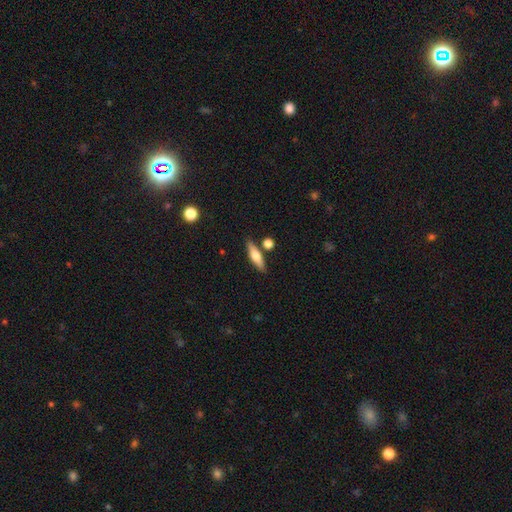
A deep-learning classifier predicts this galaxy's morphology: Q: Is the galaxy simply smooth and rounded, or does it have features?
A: smooth — 52%.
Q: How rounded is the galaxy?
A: cigar-shaped — 66%.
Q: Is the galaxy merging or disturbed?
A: none — 80%.